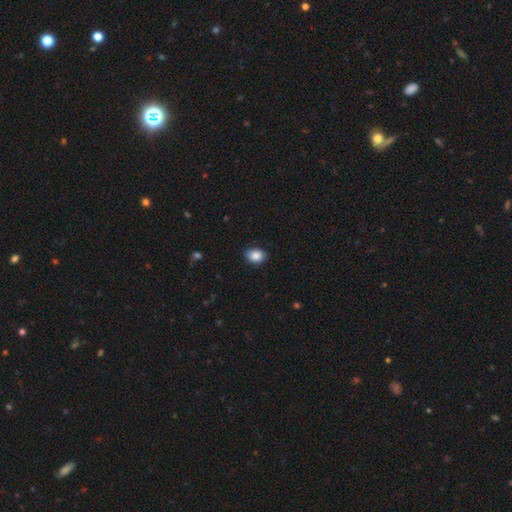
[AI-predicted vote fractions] A smooth galaxy with no disk features (88%) that is in between round and cigar-shaped (66%). Merging: none (87%).